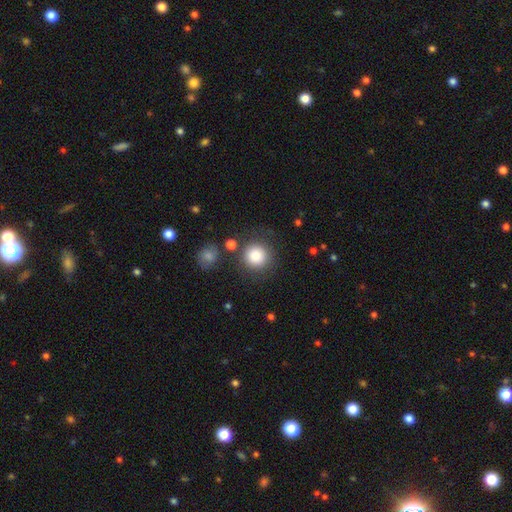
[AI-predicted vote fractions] This is clearly a smooth galaxy (84%). How rounded: clearly round (93%). Merging: likely none (79%).